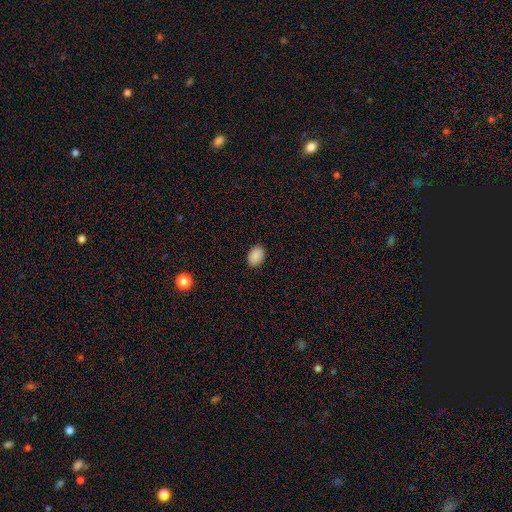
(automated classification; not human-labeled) Overall: smooth (89%). How rounded: in between (80%). Merging: none (88%).